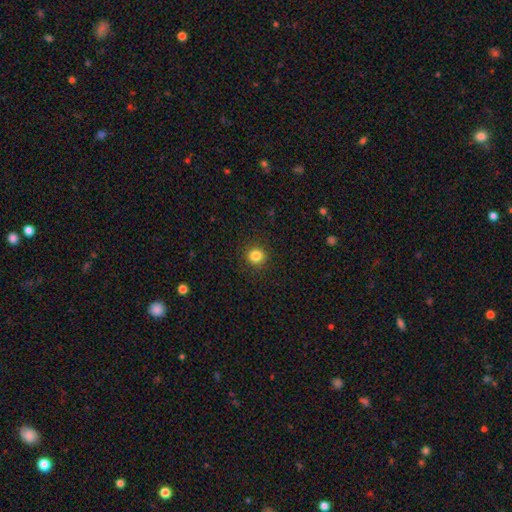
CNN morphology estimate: The model was most divided on "smooth or featured": smooth: 84%, star or artifact: 12%, featured or disk: 5%. More confident: how rounded — round (93%); merging — none (92%).